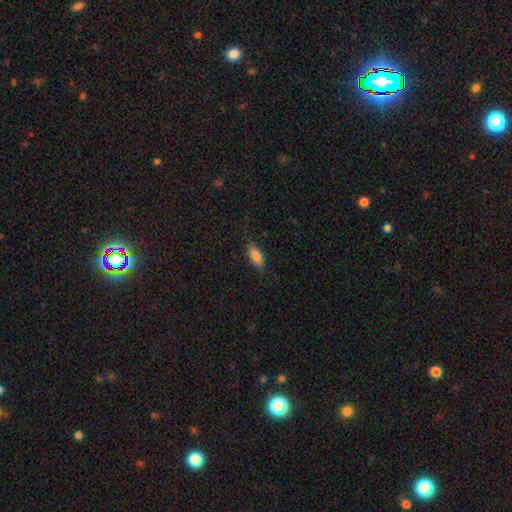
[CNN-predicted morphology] A smooth galaxy with no disk features (86%) that is in between round and cigar-shaped (83%). Merging: none (82%).